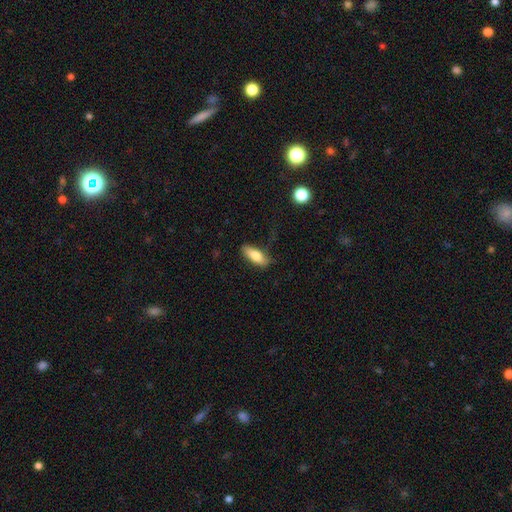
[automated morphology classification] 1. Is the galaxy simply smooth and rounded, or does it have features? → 78% smooth, 15% featured or disk, 7% star or artifact.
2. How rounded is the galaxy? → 70% in between, 28% cigar-shaped, 2% round.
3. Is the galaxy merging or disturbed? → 67% none, 24% minor disturbance, 7% major disturbance, 2% merger.